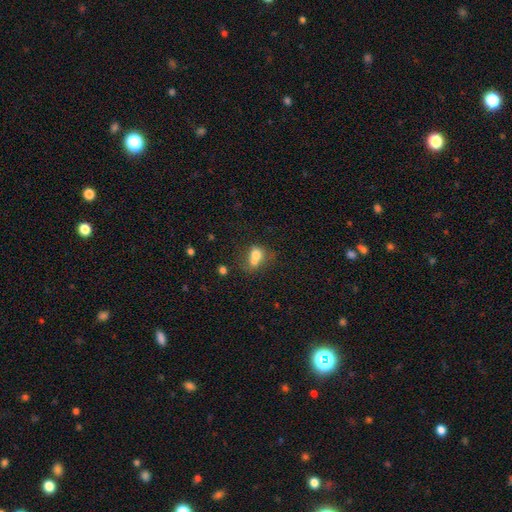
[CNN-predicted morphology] Smooth or featured?
  - smooth: 70% *
  - featured or disk: 19%
  - star or artifact: 11%
How rounded?
  - in between: 54% *
  - round: 45%
  - cigar-shaped: 2%
Merging?
  - merger: 58% *
  - none: 23%
  - minor disturbance: 11%
  - major disturbance: 8%